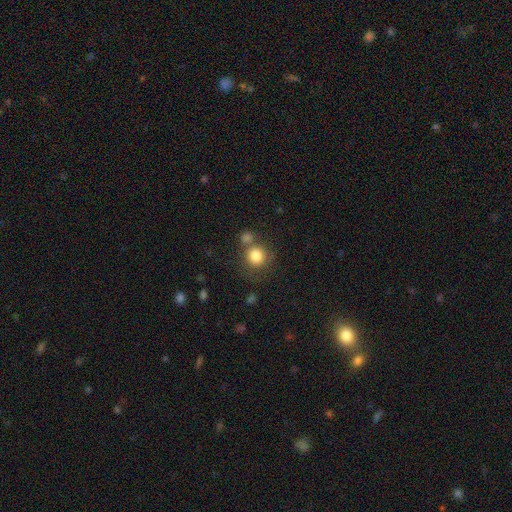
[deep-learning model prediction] smooth 83%, star or artifact 11%, featured or disk 7%. Down the decision tree: how rounded — round (90%); merging — none (63%).